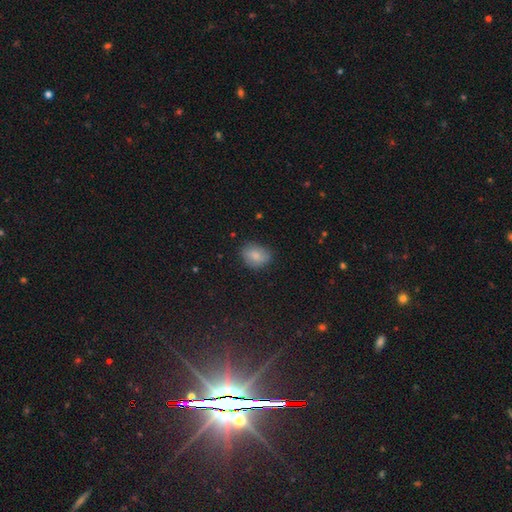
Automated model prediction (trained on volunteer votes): The model was most divided on "how rounded": in between: 58%, round: 41%, cigar-shaped: 1%. More confident: smooth or featured — smooth (82%); merging — none (73%).